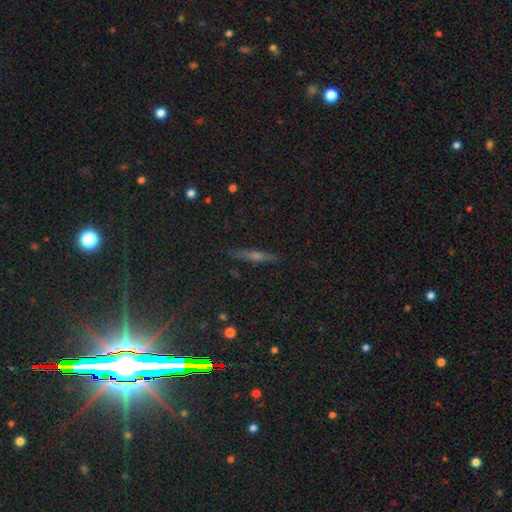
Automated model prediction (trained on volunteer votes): The model was most divided on "smooth or featured": featured or disk: 54%, smooth: 28%, star or artifact: 17%. More confident: edge-on disk — yes (94%); merging — none (89%); edge-on bulge — rounded (80%).